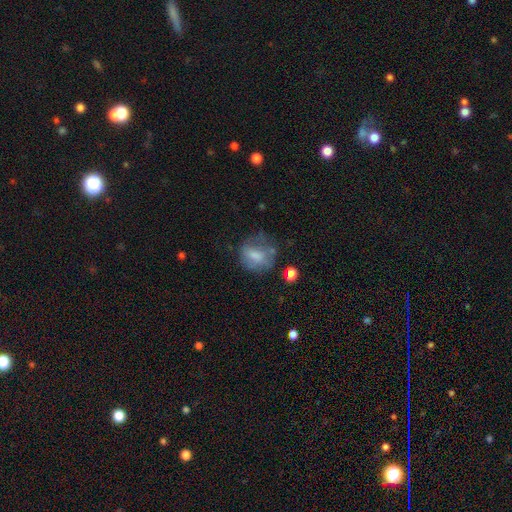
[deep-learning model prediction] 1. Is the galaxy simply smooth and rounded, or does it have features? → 63% smooth, 26% featured or disk, 10% star or artifact.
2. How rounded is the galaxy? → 55% round, 44% in between, 2% cigar-shaped.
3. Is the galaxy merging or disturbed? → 44% none, 27% minor disturbance, 23% major disturbance, 5% merger.